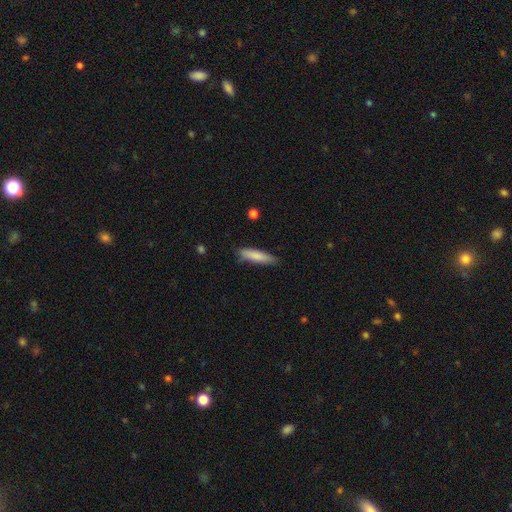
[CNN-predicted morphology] Smooth or featured? Predicted: smooth (p=0.82). How rounded? Predicted: cigar-shaped (p=0.79). Merging? Predicted: none (p=0.81).